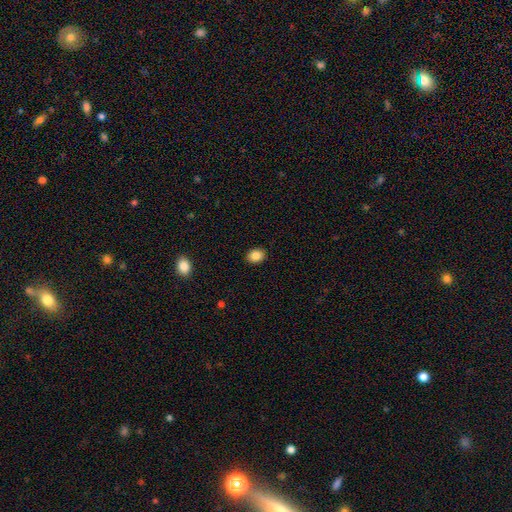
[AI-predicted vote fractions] Smooth or featured: smooth — 87% (star or artifact — 9%)
How rounded: in between — 58% (round — 41%)
Merging: none — 90% (minor disturbance — 7%)